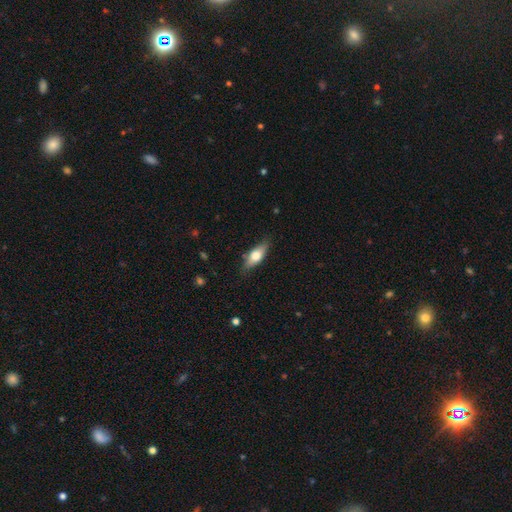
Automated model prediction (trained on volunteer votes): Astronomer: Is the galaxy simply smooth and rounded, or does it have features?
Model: smooth — 64%.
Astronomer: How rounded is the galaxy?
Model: in between — 69%.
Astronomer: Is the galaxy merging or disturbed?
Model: none — 81%.